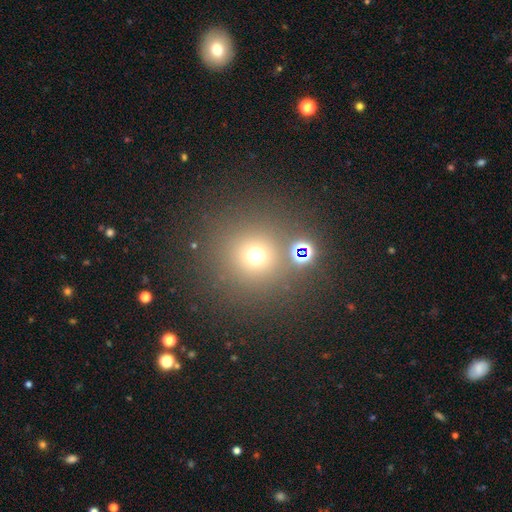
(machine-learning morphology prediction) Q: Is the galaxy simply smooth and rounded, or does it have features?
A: smooth — 65%.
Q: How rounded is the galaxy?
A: round — 94%.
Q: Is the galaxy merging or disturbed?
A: none — 78%.